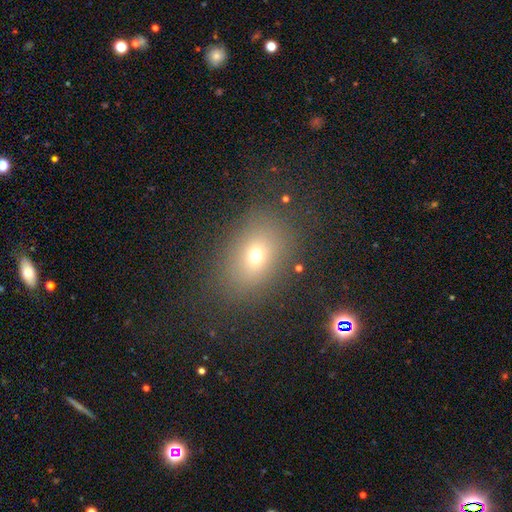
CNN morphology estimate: Smooth or featured? smooth (67%)
How rounded? in between (61%)
Merging? none (80%)